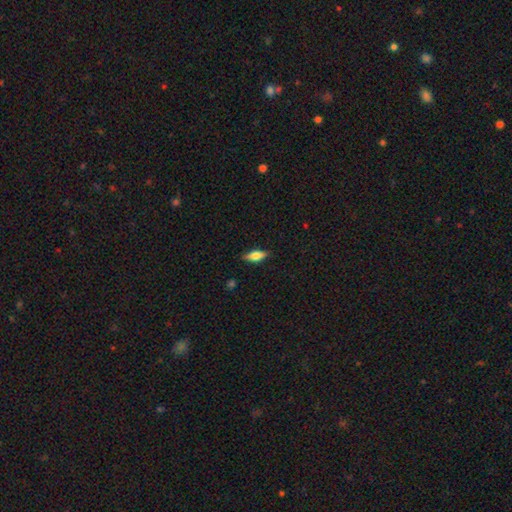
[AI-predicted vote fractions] A smooth galaxy with no disk features (59%) that is in between round and cigar-shaped (64%). Merging: none (85%).